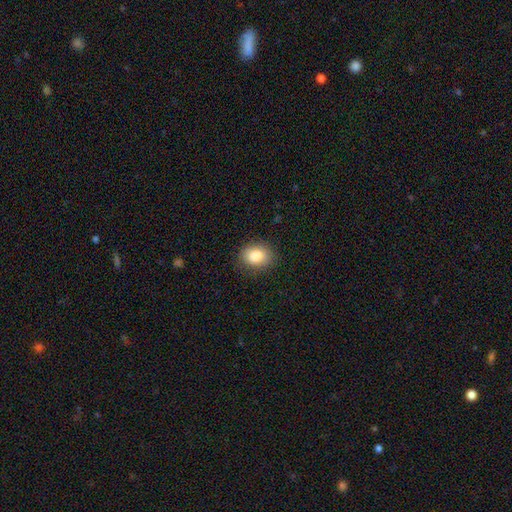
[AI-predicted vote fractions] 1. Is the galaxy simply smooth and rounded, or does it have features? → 86% smooth, 8% star or artifact, 6% featured or disk.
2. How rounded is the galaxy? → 65% in between, 34% round, 1% cigar-shaped.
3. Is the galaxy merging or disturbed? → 86% none, 10% minor disturbance, 3% major disturbance, 1% merger.